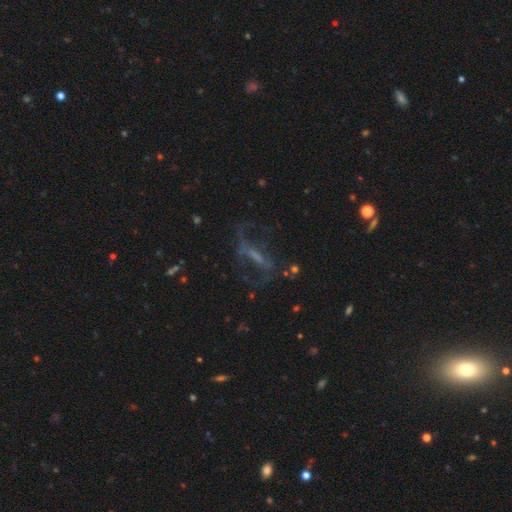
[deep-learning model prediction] A featured or disk galaxy (62%) with a strong bar (48%), spiral arms (67%) and no central bulge (46%). Merging: none (54%).